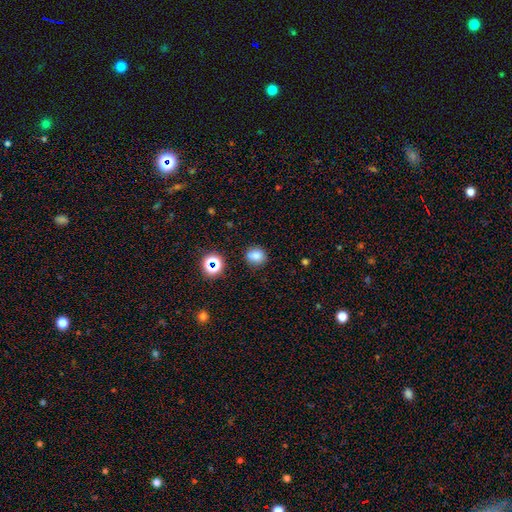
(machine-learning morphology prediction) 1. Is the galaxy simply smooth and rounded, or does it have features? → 76% smooth, 16% star or artifact, 8% featured or disk.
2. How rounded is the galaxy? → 78% round, 21% in between, 1% cigar-shaped.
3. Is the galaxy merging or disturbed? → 79% none, 13% minor disturbance, 5% merger, 3% major disturbance.